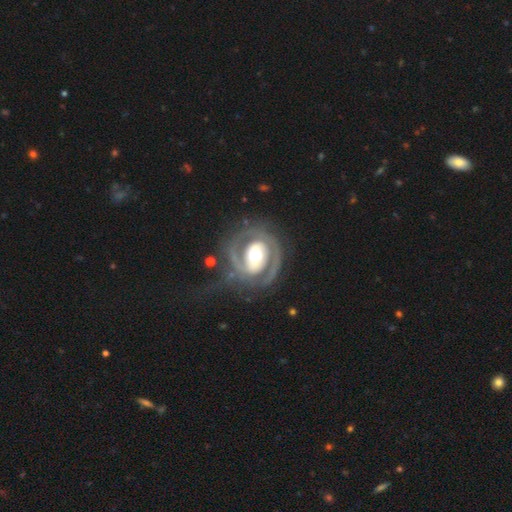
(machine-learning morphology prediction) Smooth or featured?
  - featured or disk: 84% *
  - smooth: 11%
  - star or artifact: 5%
Edge-on disk?
  - no: 97% *
  - yes: 3%
Bar?
  - no: 38% *
  - strong: 32%
  - weak: 30%
Spiral arms?
  - yes: 82% *
  - no: 18%
Spiral winding?
  - tight: 49% *
  - medium: 38%
  - loose: 13%
Spiral arm count?
  - 2: 77% *
  - 1: 11%
  - can't tell: 7%
  - 3: 2%
  - 4: 1%
  - more than 4: 1%
Bulge size?
  - moderate: 49% *
  - large: 39%
  - dominant: 6%
  - small: 5%
  - none: 1%
Merging?
  - none: 67% *
  - minor disturbance: 16%
  - major disturbance: 14%
  - merger: 2%